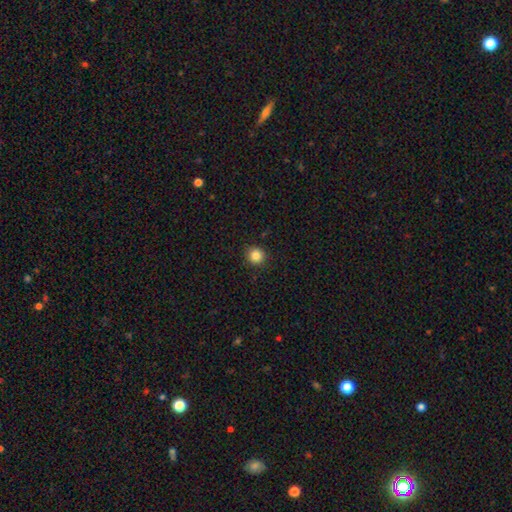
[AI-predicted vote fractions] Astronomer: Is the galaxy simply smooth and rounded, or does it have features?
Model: smooth — 85%.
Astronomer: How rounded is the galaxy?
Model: round — 91%.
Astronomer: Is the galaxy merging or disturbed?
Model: none — 91%.